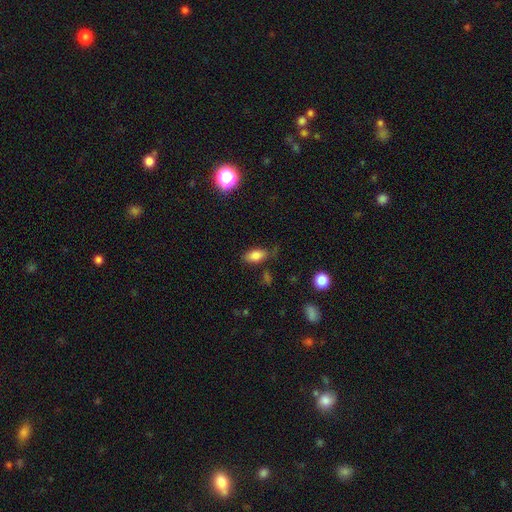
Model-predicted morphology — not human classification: Smooth or featured: smooth — 81% (star or artifact — 10%)
How rounded: in between — 90% (cigar-shaped — 5%)
Merging: none — 71% (minor disturbance — 20%)